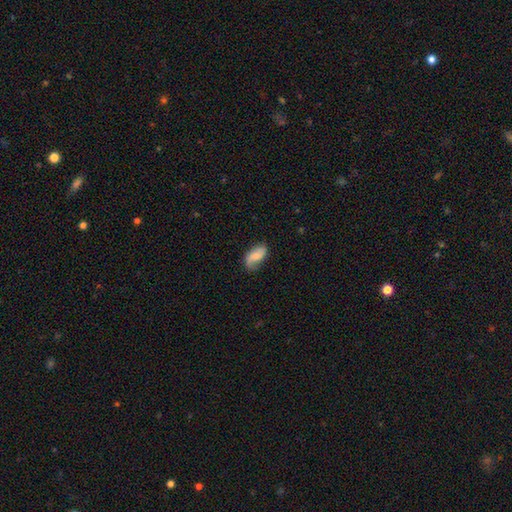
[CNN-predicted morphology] smooth_or_featured: featured or disk (p=0.47) [alt: smooth p=0.46]
merging: none (p=0.67) [alt: minor disturbance p=0.24]